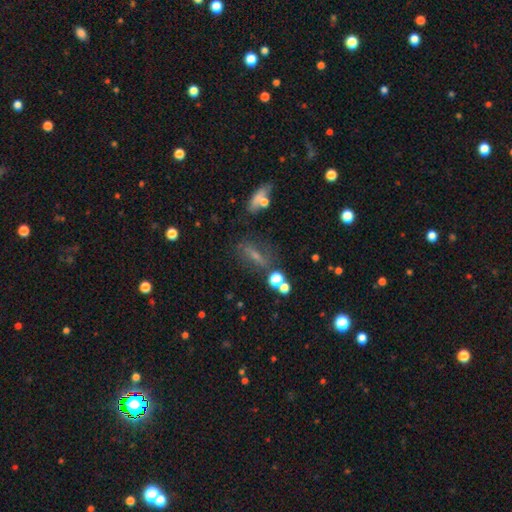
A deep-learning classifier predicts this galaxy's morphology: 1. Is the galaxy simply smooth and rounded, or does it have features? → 43% smooth, 32% featured or disk, 24% star or artifact.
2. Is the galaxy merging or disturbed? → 59% none, 19% minor disturbance, 12% major disturbance, 10% merger.